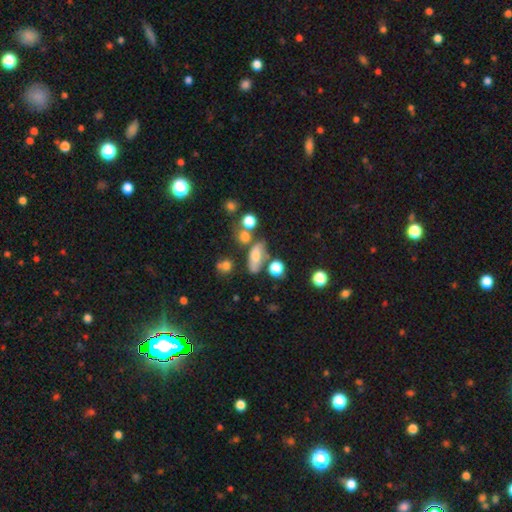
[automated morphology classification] A smooth galaxy with no disk features (63%) that is in between round and cigar-shaped (69%).

Vote fractions:
- Smooth or featured? smooth: 63% / featured or disk: 22% / star or artifact: 15%
- How rounded? in between: 69% / cigar-shaped: 19% / round: 12%
- Merging? none: 54% / minor disturbance: 20% / merger: 17% / major disturbance: 10%